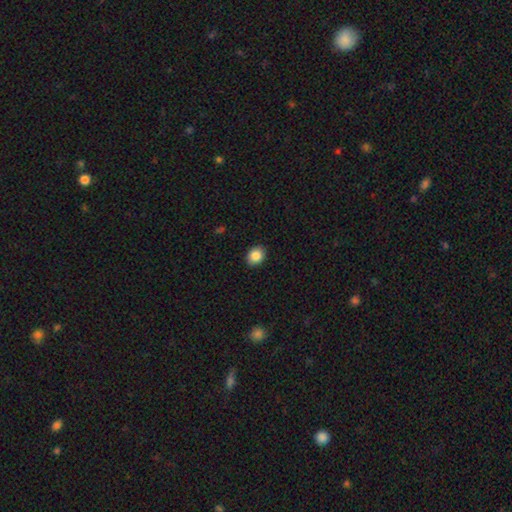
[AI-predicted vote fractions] The model was most divided on "how rounded": round: 51%, in between: 48%, cigar-shaped: 1%. More confident: merging — none (90%); smooth or featured — smooth (87%).